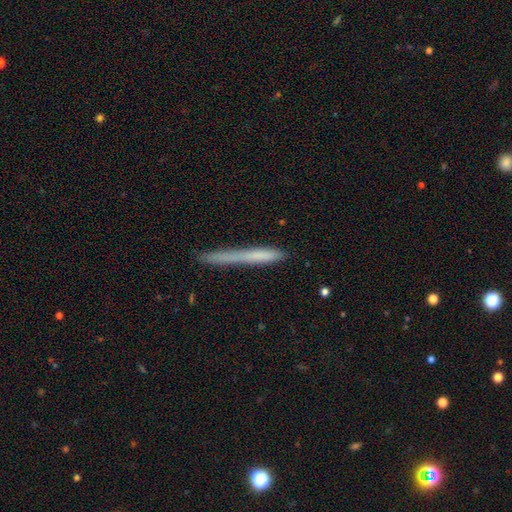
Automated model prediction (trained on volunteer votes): This is likely a smooth galaxy (66%). How rounded: clearly cigar-shaped (97%). Merging: likely none (76%).